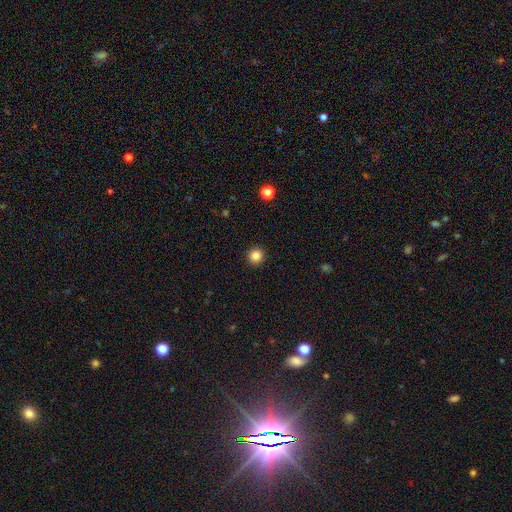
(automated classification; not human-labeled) smooth 85%, star or artifact 11%, featured or disk 4%. Down the decision tree: how rounded — round (95%); merging — none (93%).